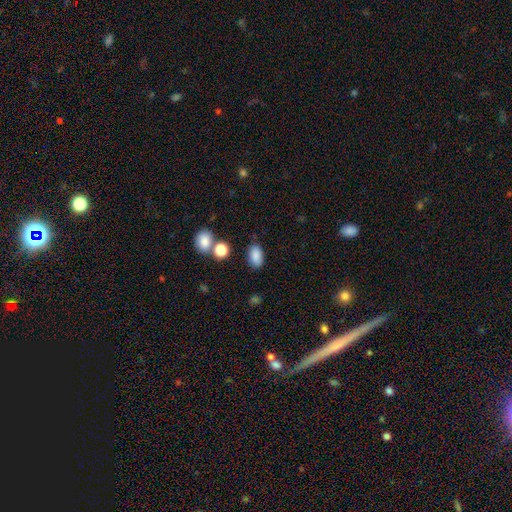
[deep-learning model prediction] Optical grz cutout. It shows a smooth galaxy with no disk features (86%) that is in between round and cigar-shaped (90%). Merging: none (78%).